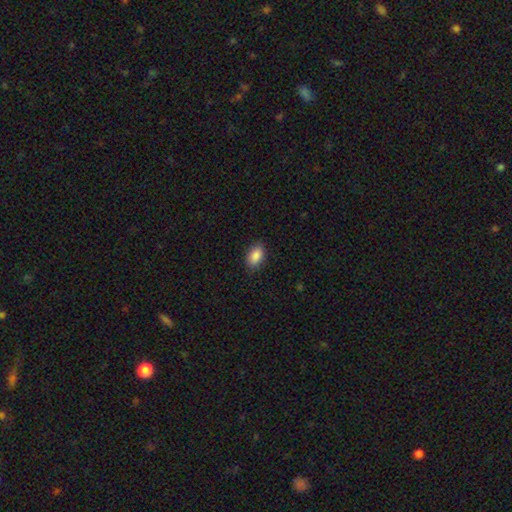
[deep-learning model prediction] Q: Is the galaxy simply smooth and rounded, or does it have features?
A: smooth — 89%.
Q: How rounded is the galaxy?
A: in between — 90%.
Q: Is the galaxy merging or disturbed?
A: none — 86%.